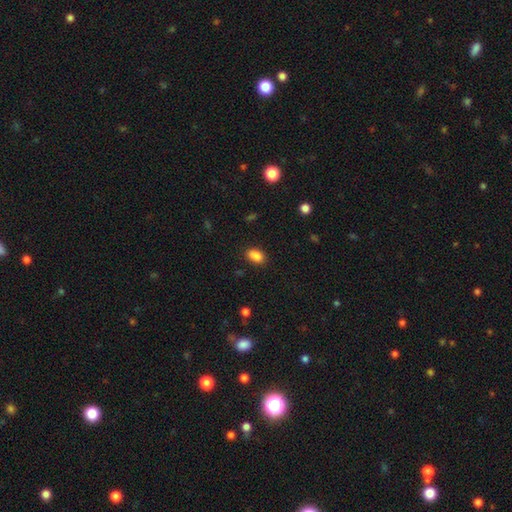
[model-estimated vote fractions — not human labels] A smooth galaxy with no disk features (87%) that is in between round and cigar-shaped (89%). Merging: none (85%).